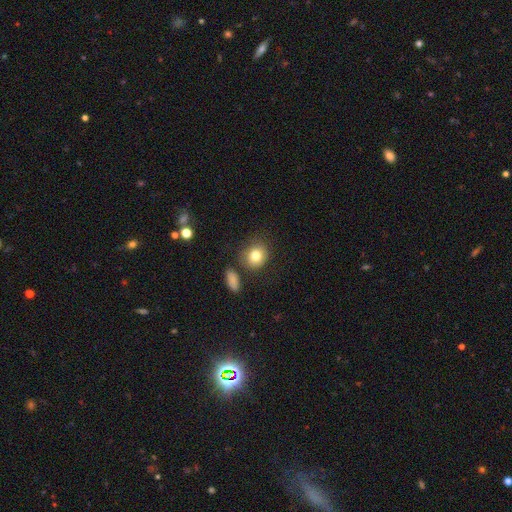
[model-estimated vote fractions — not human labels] smooth_or_featured: smooth (p=0.81) [alt: star or artifact p=0.10]
how_rounded: round (p=0.76) [alt: in between p=0.23]
merging: none (p=0.75) [alt: minor disturbance p=0.14]